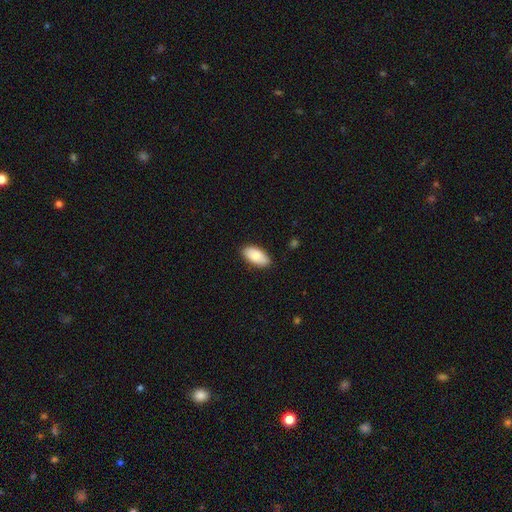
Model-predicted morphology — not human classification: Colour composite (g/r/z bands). It shows a smooth galaxy with no disk features (85%) that is in between round and cigar-shaped (95%). Merging: none (86%).